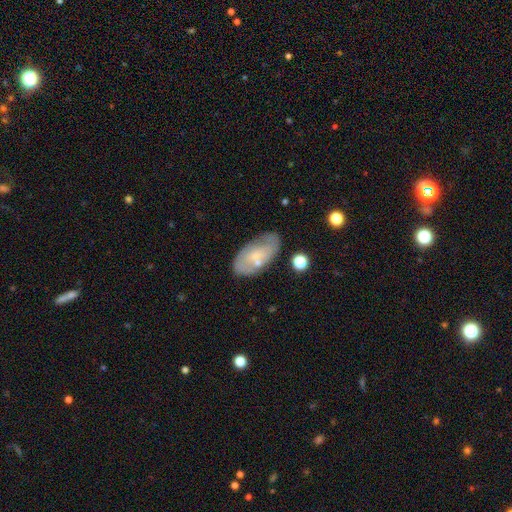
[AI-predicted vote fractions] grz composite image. It shows a featured or disk galaxy (47%). Merging: none (63%).